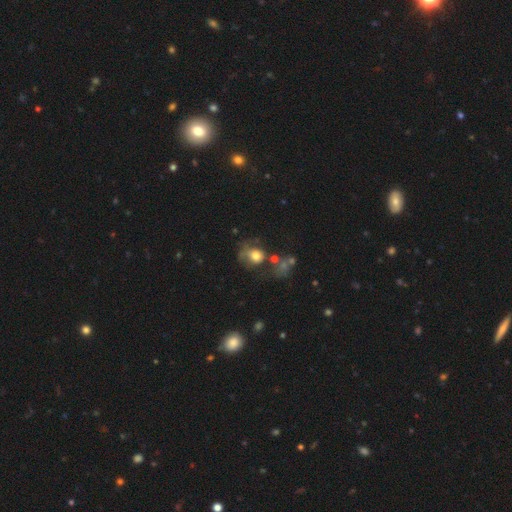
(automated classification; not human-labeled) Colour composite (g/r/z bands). It shows a smooth galaxy with no disk features (65%) that is round (59%). Merging: none (31%, tied with major disturbance).